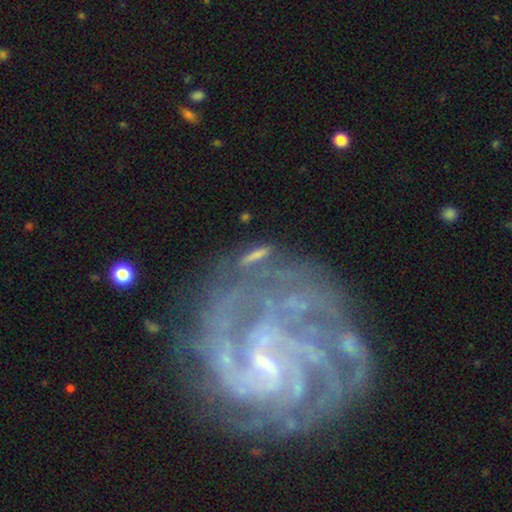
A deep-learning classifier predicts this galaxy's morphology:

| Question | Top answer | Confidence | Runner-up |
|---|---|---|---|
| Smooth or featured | featured or disk | 57% | smooth (30%) |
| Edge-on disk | no | 79% | yes (21%) |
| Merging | none | 58% | minor disturbance (20%) |